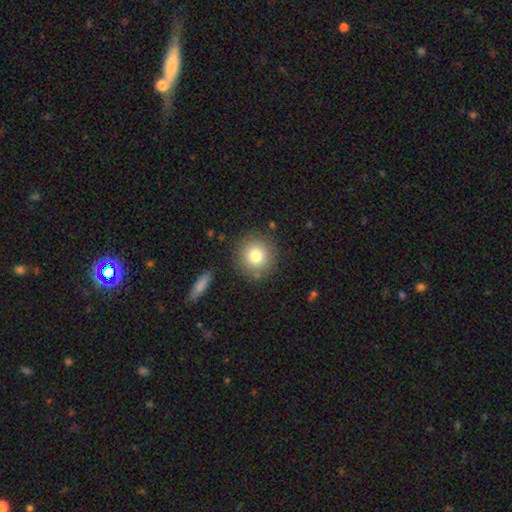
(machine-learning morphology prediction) A smooth galaxy with no disk features (79%) that is round (93%). Merging: none (85%).